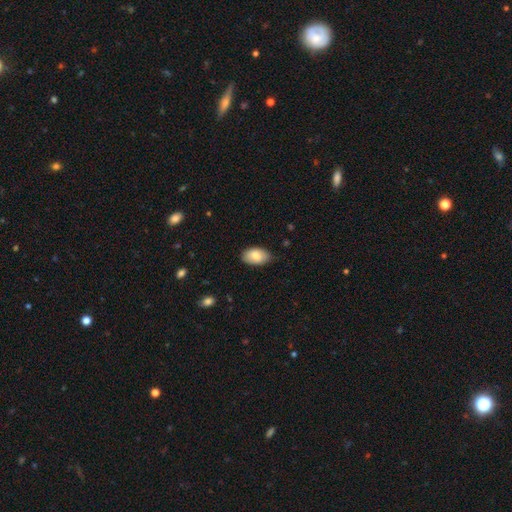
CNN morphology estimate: This is clearly a smooth galaxy (83%). How rounded: clearly in between (93%). Merging: likely none (76%).